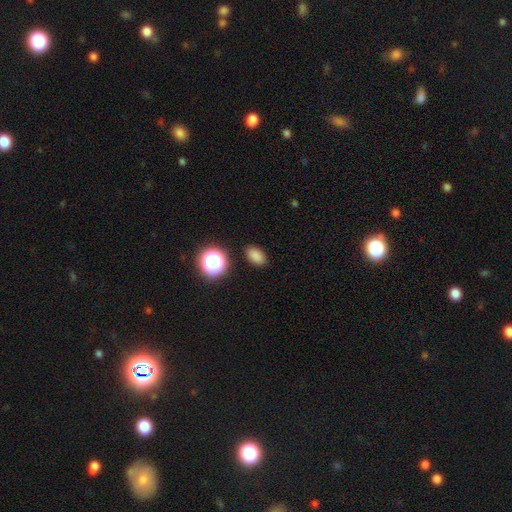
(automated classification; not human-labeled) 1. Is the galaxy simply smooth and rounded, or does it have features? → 82% smooth, 14% star or artifact, 5% featured or disk.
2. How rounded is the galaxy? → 82% in between, 17% round, 2% cigar-shaped.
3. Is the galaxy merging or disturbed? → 87% none, 9% minor disturbance, 3% major disturbance, 2% merger.